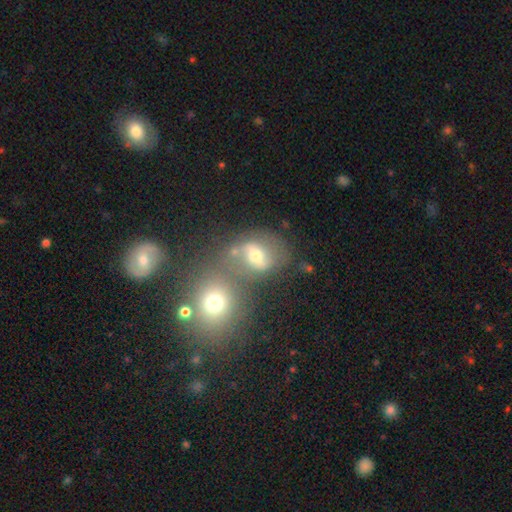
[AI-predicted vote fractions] smooth-or-featured: featured or disk: 44% | smooth: 40% | star or artifact: 17%
  merging: none: 47% | merger: 29% | minor disturbance: 15% | major disturbance: 9%